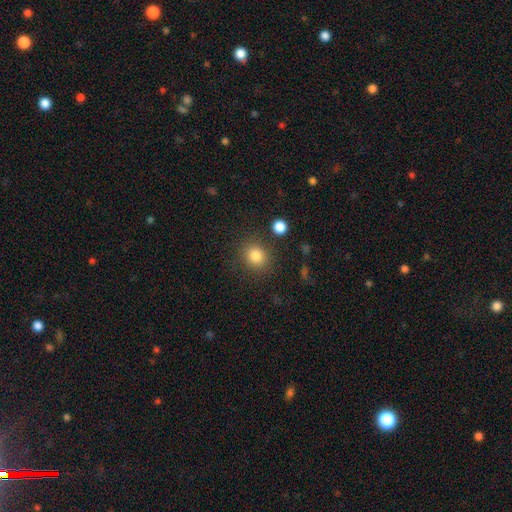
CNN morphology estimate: type=smooth (83%); roundness=round (78%); merging=none (84%).